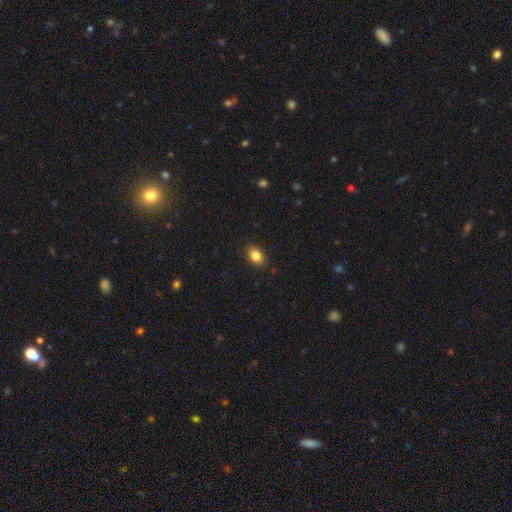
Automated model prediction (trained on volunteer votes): Overall: smooth (86%). How rounded: in between (73%). Merging: none (87%).